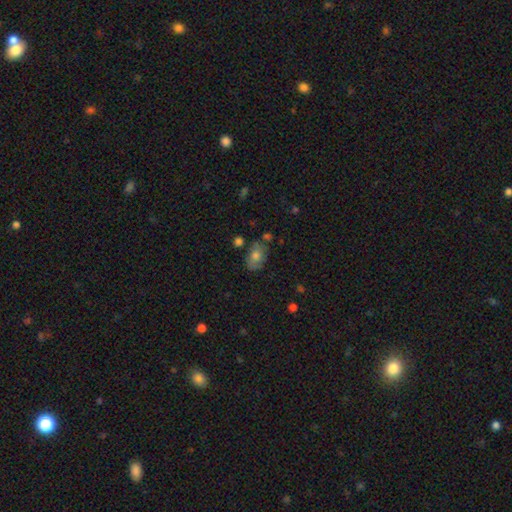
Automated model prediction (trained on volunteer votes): Q: Smooth or featured?
A: smooth (66%); runner-up: featured or disk (23%)
Q: How rounded?
A: in between (82%); runner-up: round (17%)
Q: Merging?
A: none (63%); runner-up: minor disturbance (23%)